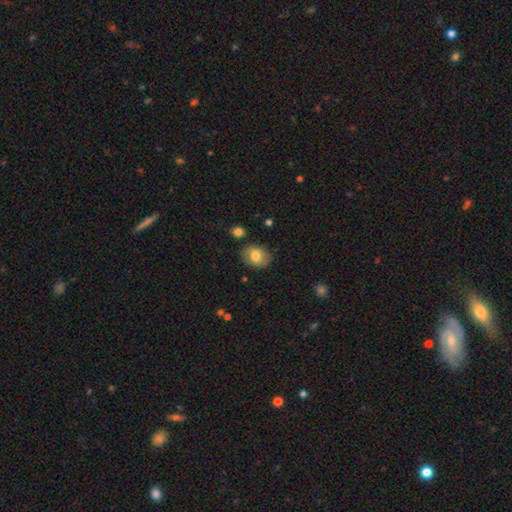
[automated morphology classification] Smooth or featured?
  - smooth: 76% *
  - featured or disk: 16%
  - star or artifact: 8%
How rounded?
  - in between: 57% *
  - round: 42%
  - cigar-shaped: 1%
Merging?
  - none: 81% *
  - minor disturbance: 13%
  - major disturbance: 3%
  - merger: 2%